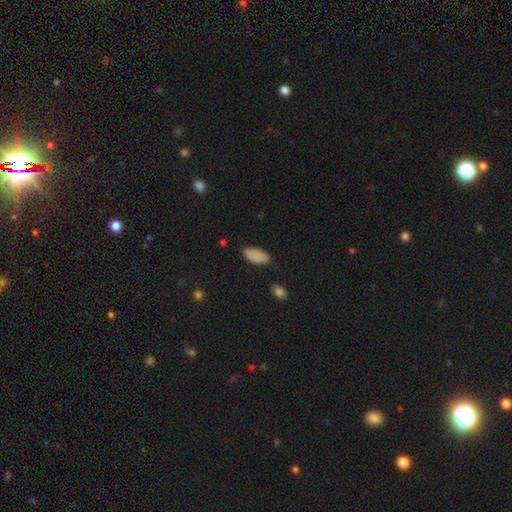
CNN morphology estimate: This is clearly a smooth galaxy (85%). How rounded: clearly in between (90%). Merging: likely none (72%).